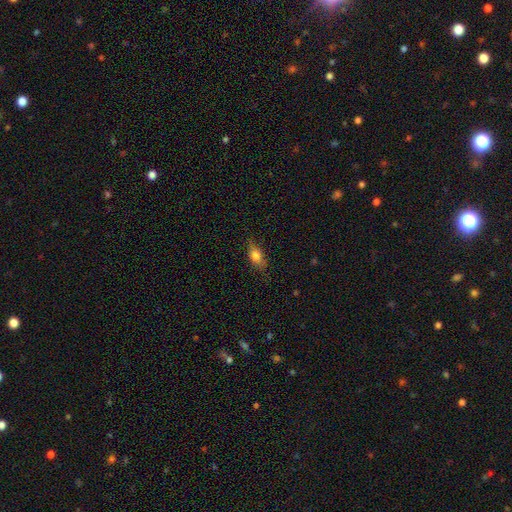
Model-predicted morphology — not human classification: smooth_or_featured: smooth (p=0.73) [alt: featured or disk p=0.18]
how_rounded: in between (p=0.74) [alt: cigar-shaped p=0.14]
merging: none (p=0.74) [alt: minor disturbance p=0.20]